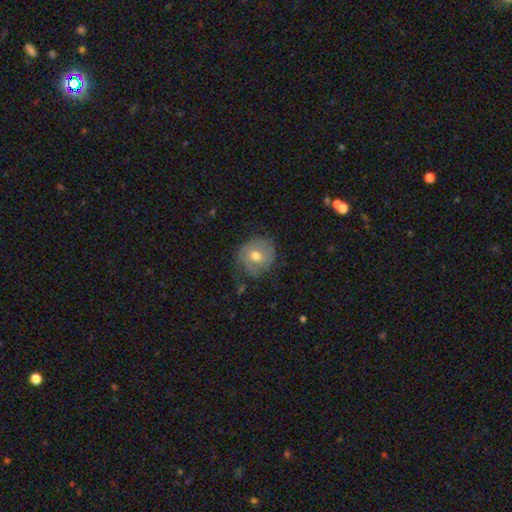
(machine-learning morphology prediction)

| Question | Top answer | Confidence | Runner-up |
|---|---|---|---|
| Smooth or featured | smooth | 53% | featured or disk (38%) |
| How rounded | round | 81% | in between (18%) |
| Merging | none | 61% | minor disturbance (26%) |